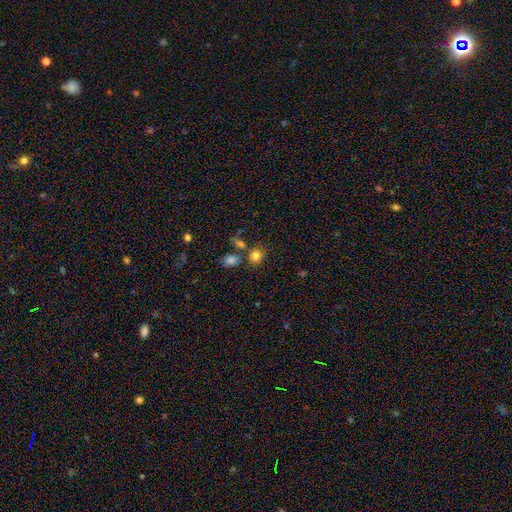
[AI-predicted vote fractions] The model was most divided on "how rounded": round: 72%, in between: 27%, cigar-shaped: 1%. More confident: smooth or featured — smooth (81%); merging — none (67%).